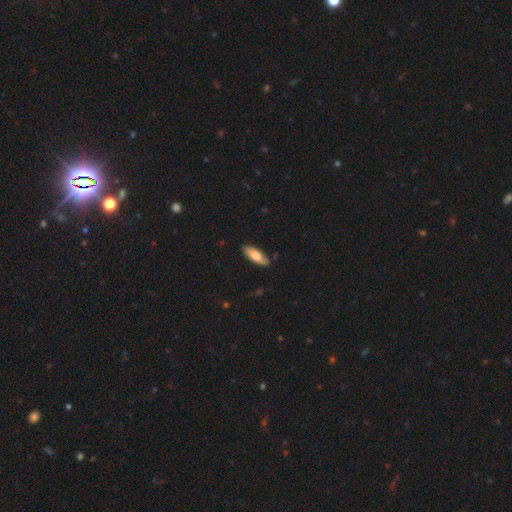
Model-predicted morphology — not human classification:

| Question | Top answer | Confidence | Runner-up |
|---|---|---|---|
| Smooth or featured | smooth | 73% | featured or disk (21%) |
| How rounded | in between | 67% | cigar-shaped (31%) |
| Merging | none | 82% | minor disturbance (15%) |